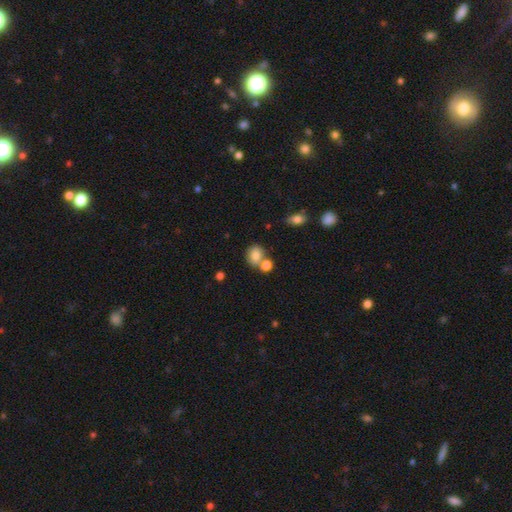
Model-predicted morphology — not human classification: This appears to be a smooth galaxy with no disk features (79%) that is round (63%). Merging: none (54%).